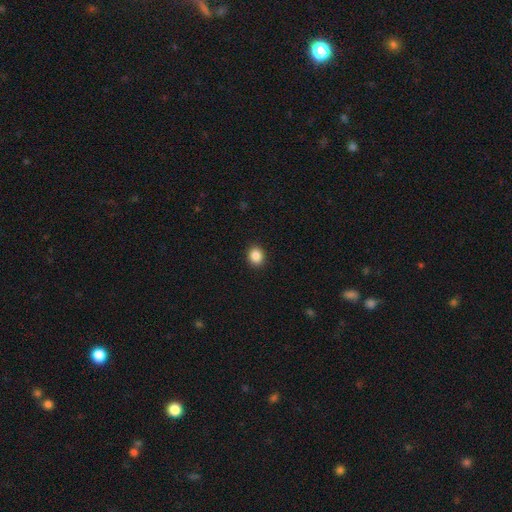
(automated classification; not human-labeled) smooth 87%, star or artifact 10%, featured or disk 4%. Down the decision tree: how rounded — round (65%); merging — none (91%).